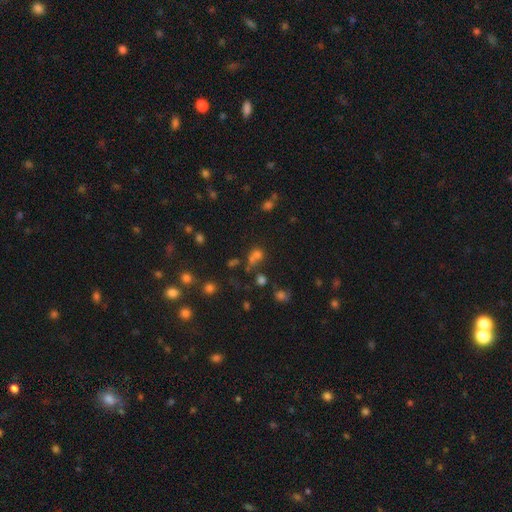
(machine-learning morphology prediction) Overall: smooth (47%; star or artifact 43%). Merging: none (54%; merger 28%).